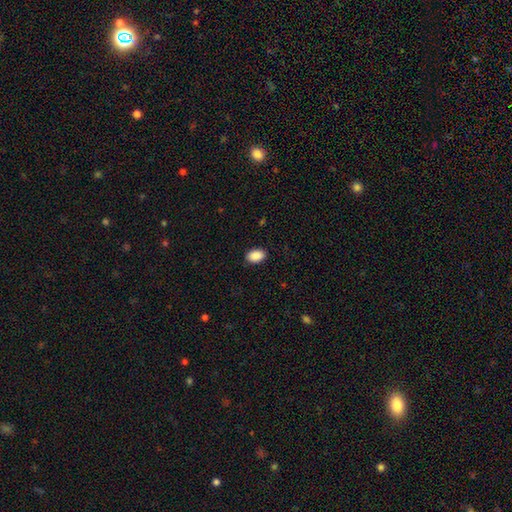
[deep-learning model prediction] Smooth or featured?
  - smooth: 90% *
  - star or artifact: 7%
  - featured or disk: 3%
How rounded?
  - in between: 89% *
  - round: 10%
  - cigar-shaped: 1%
Merging?
  - none: 89% *
  - minor disturbance: 8%
  - major disturbance: 2%
  - merger: 1%